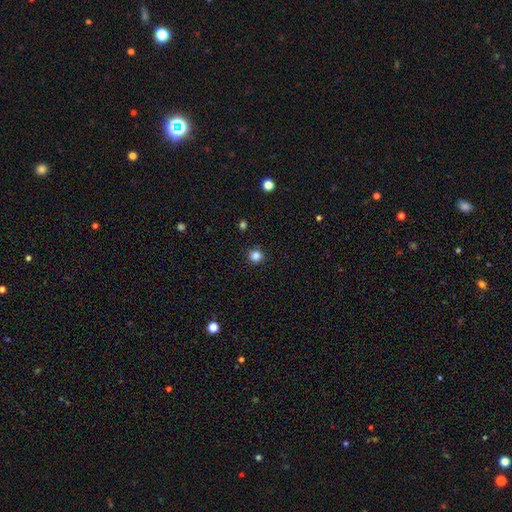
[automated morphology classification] This appears to be a smooth galaxy with no disk features (84%) that is round (93%). Merging: none (91%).